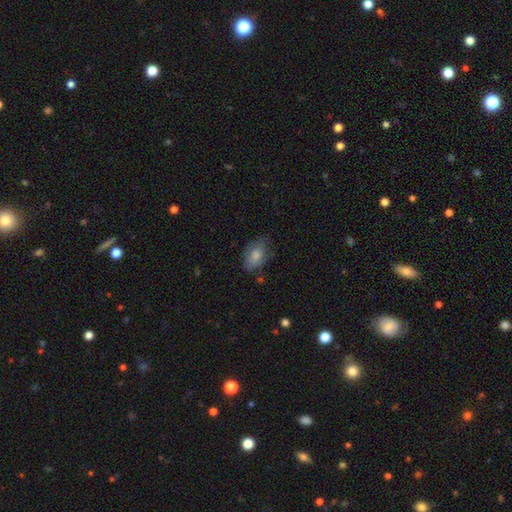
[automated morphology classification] type=smooth (78%); roundness=in between (89%); merging=none (66%).